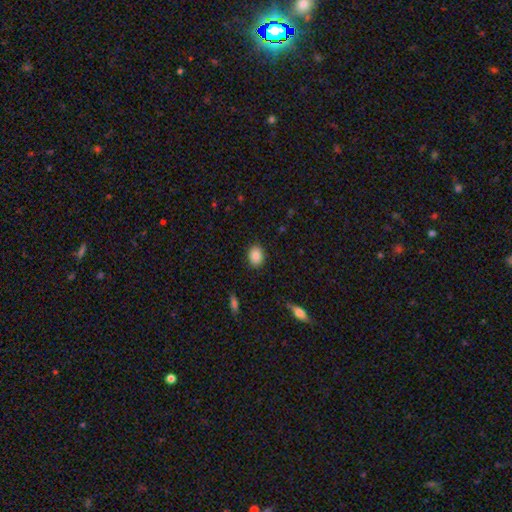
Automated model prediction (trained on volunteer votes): Smooth or featured?
  - smooth: 88% *
  - star or artifact: 8%
  - featured or disk: 4%
How rounded?
  - in between: 56% *
  - round: 43%
  - cigar-shaped: 1%
Merging?
  - none: 88% *
  - minor disturbance: 8%
  - major disturbance: 2%
  - merger: 1%